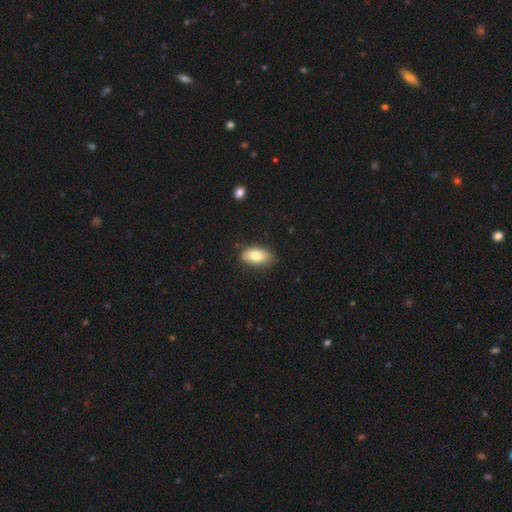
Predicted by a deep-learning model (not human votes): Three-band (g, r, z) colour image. It shows a smooth galaxy with no disk features (78%) that is in between round and cigar-shaped (90%). Merging: none (75%).